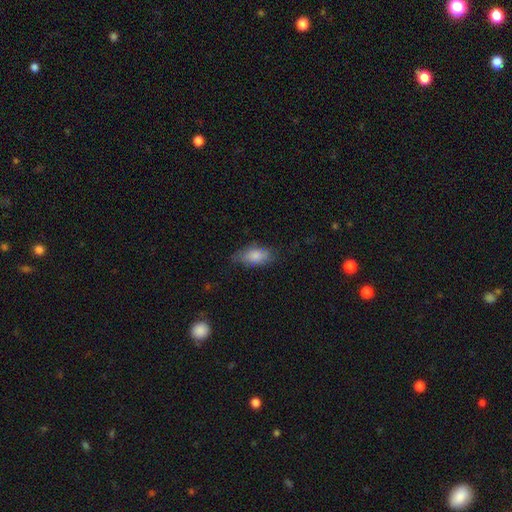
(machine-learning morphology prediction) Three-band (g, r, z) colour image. It shows a smooth galaxy with no disk features (80%) that is in between round and cigar-shaped (89%). Merging: none (60%).